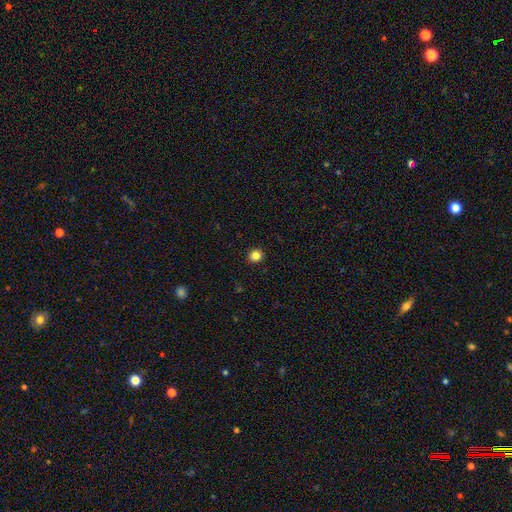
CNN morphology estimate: A smooth galaxy with no disk features (84%) that is round (88%).

Vote fractions:
- Smooth or featured? smooth: 84% / star or artifact: 12% / featured or disk: 4%
- How rounded? round: 88% / in between: 11% / cigar-shaped: 1%
- Merging? none: 93% / minor disturbance: 5% / major disturbance: 2% / merger: 1%